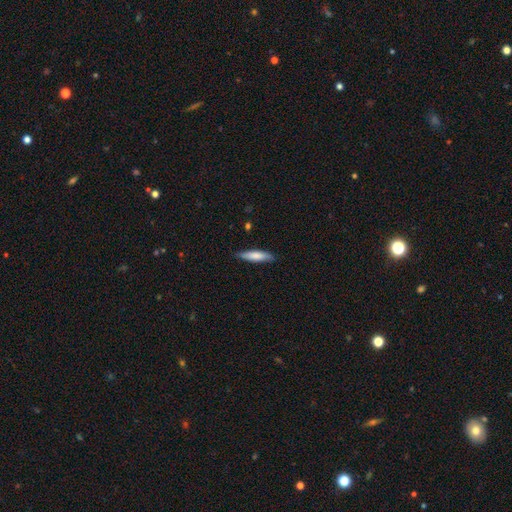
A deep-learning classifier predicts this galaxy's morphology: type=smooth (76%); roundness=cigar-shaped (74%); merging=none (81%).